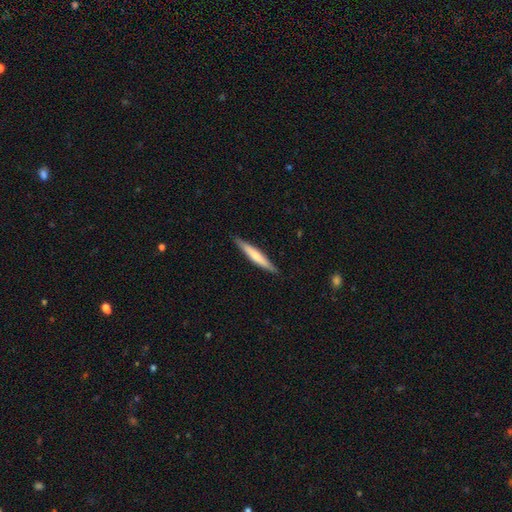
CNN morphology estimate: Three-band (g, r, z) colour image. It shows a smooth galaxy with no disk features (56%) that is cigar-shaped (94%). Merging: none (89%).